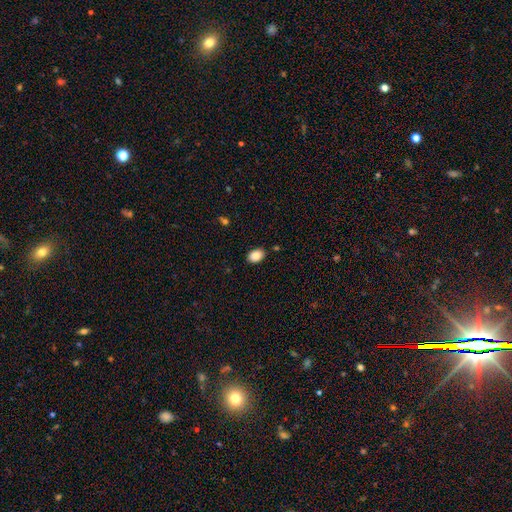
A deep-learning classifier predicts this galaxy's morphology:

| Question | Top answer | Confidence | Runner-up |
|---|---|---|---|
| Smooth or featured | smooth | 88% | star or artifact (8%) |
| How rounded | in between | 79% | round (20%) |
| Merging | none | 86% | minor disturbance (10%) |